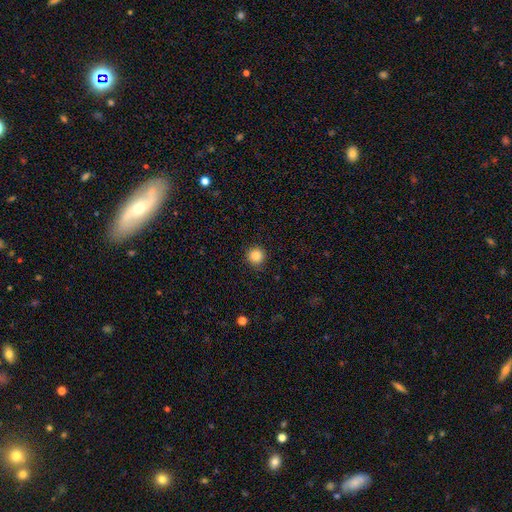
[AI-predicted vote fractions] A smooth galaxy with no disk features (85%) that is round (95%). Merging: none (90%).